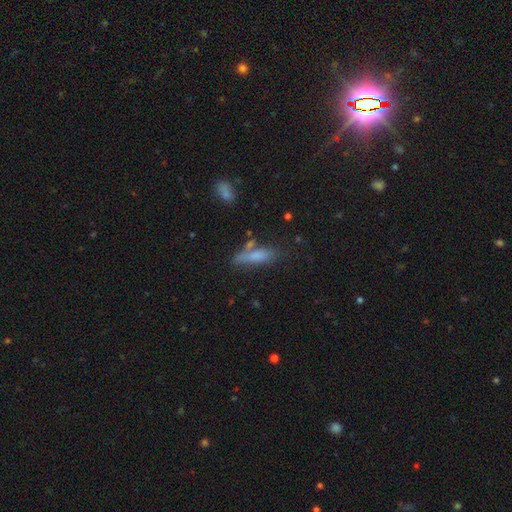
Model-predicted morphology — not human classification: This appears to be a smooth galaxy with no disk features (73%) that is cigar-shaped (64%). Merging: none (63%).